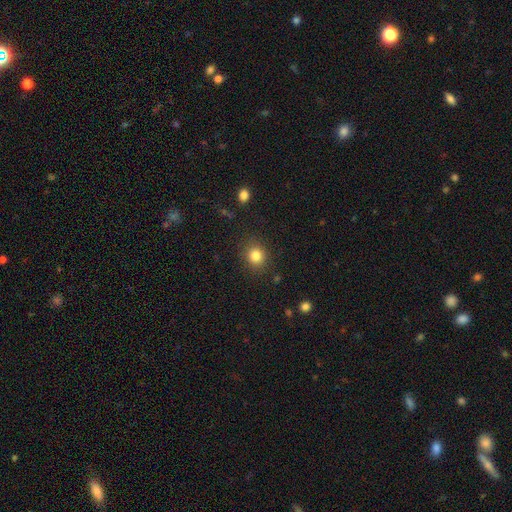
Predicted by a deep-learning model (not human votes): The model was most divided on "how rounded": round: 80%, in between: 19%, cigar-shaped: 1%. More confident: merging — none (86%); smooth or featured — smooth (83%).